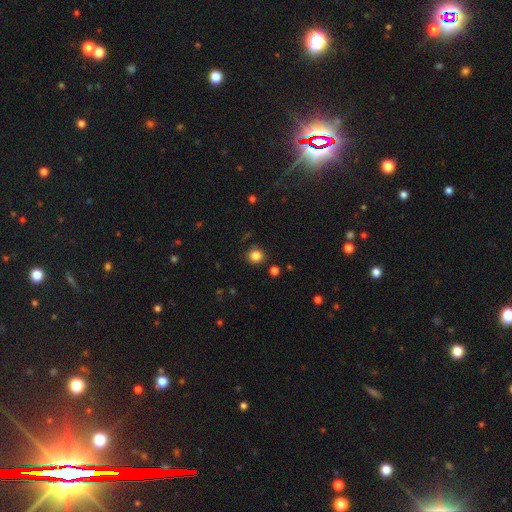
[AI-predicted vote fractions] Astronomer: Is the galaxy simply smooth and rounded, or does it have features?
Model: smooth — 83%.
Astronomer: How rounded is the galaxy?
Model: round — 88%.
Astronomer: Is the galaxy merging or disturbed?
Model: none — 86%.